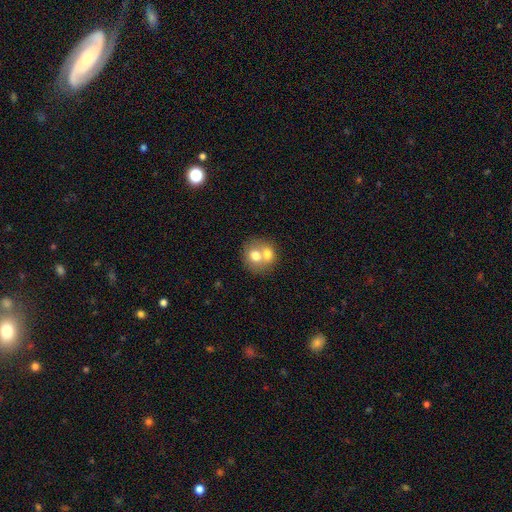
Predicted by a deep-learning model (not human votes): Overall: smooth (68%). How rounded: round (71%). Merging: merger (59%; none 31%).